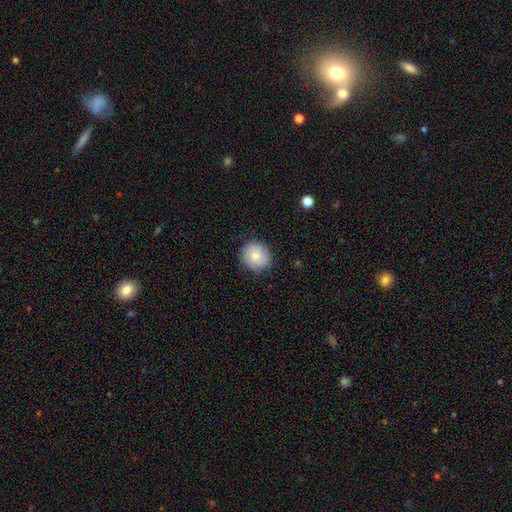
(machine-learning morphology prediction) smooth_or_featured: smooth (p=0.81) [alt: featured or disk p=0.12]
how_rounded: round (p=0.91) [alt: in between p=0.08]
merging: none (p=0.86) [alt: minor disturbance p=0.11]